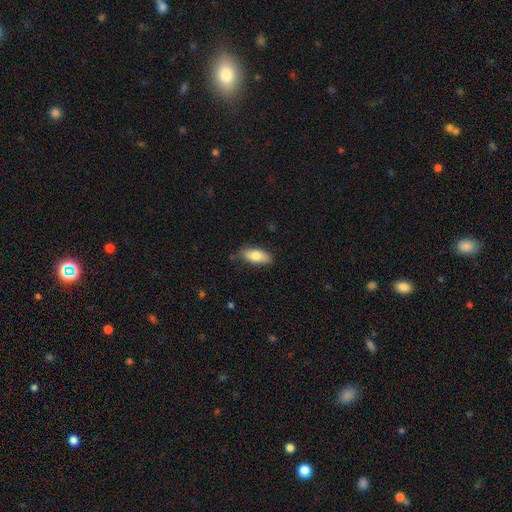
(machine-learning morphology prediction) Smooth or featured? Predicted: smooth (p=0.78). How rounded? Predicted: in between (p=0.82). Merging? Predicted: none (p=0.75).